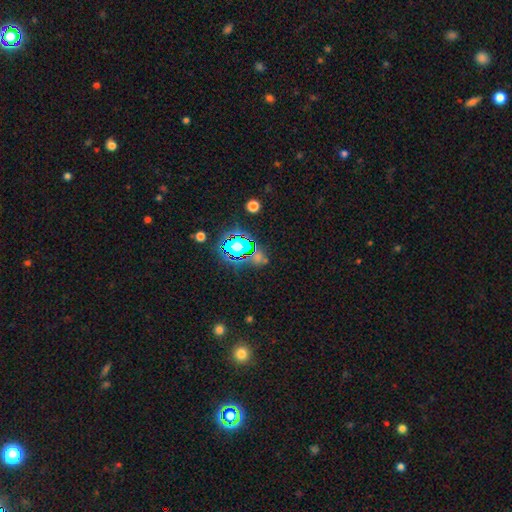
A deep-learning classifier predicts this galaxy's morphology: This appears to be a star or artifact, not a galaxy (72%).